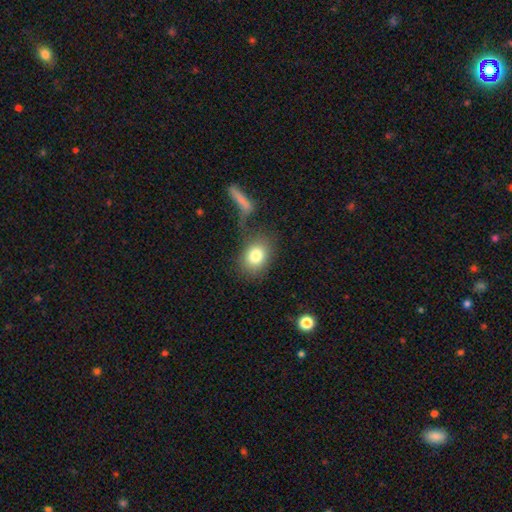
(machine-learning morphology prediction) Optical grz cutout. It shows a smooth galaxy with no disk features (81%) that is in between round and cigar-shaped (54%). Merging: none (69%).